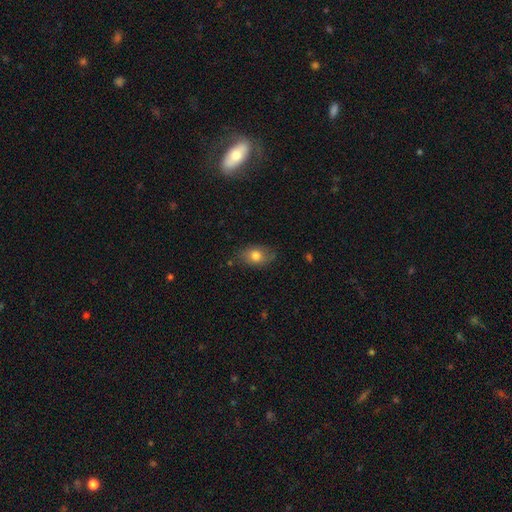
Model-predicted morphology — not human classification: The model was most divided on "merging": none: 75%, minor disturbance: 19%, major disturbance: 4%, merger: 2%. More confident: how rounded — in between (82%); smooth or featured — smooth (76%).